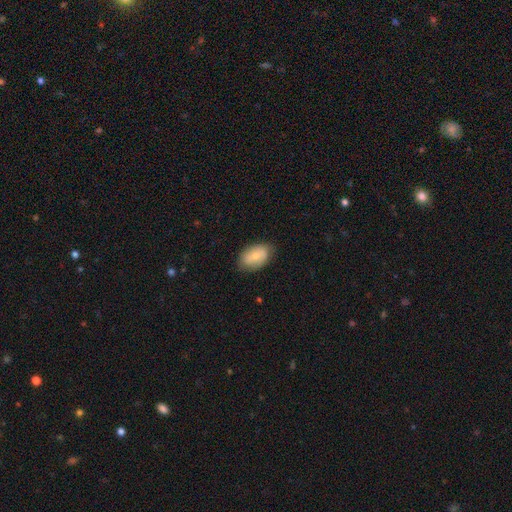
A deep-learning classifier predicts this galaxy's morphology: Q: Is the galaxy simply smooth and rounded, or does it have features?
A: smooth — 73%.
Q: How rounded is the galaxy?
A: in between — 90%.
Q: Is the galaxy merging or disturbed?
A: none — 79%.